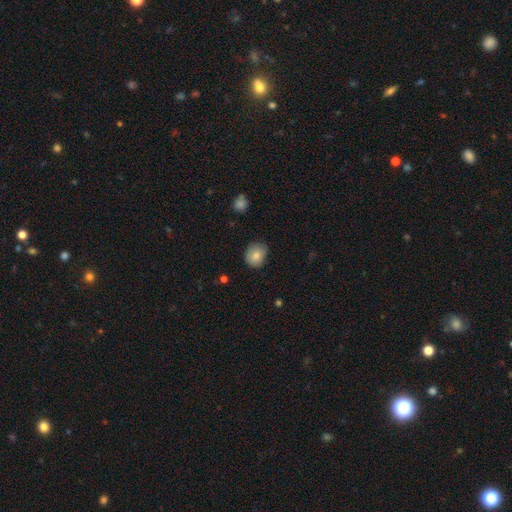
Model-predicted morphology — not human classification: smooth_or_featured: smooth (p=0.83) [alt: featured or disk p=0.09]
how_rounded: round (p=0.59) [alt: in between p=0.41]
merging: none (p=0.71) [alt: minor disturbance p=0.24]